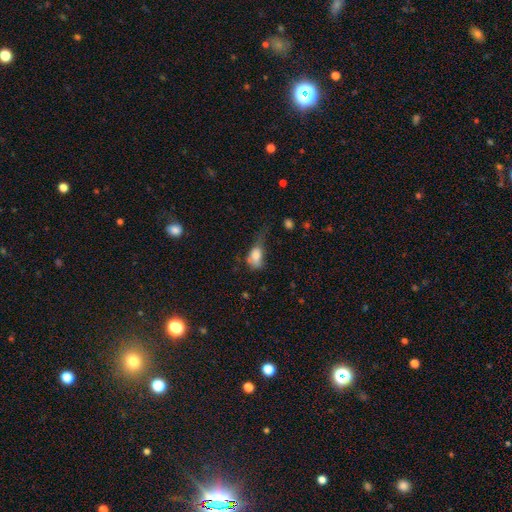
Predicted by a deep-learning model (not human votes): smooth-or-featured: smooth: 74% | featured or disk: 17% | star or artifact: 10%
  how-rounded: in between: 81% | round: 14% | cigar-shaped: 5%
  merging: major disturbance: 47% | minor disturbance: 29% | none: 18% | merger: 6%